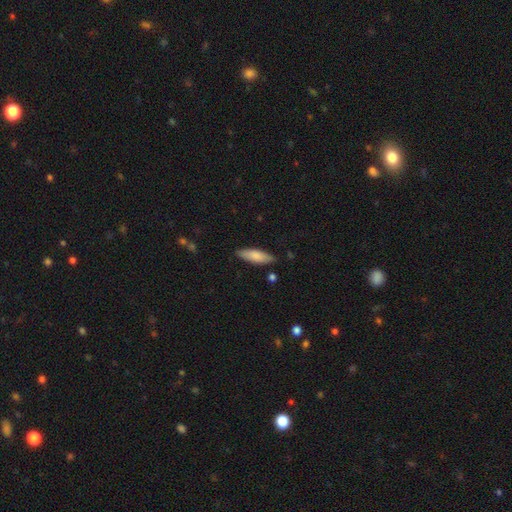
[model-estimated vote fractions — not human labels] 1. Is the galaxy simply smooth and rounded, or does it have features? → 80% smooth, 15% featured or disk, 6% star or artifact.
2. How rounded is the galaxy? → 53% in between, 45% cigar-shaped, 2% round.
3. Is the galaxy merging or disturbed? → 84% none, 12% minor disturbance, 2% major disturbance, 2% merger.